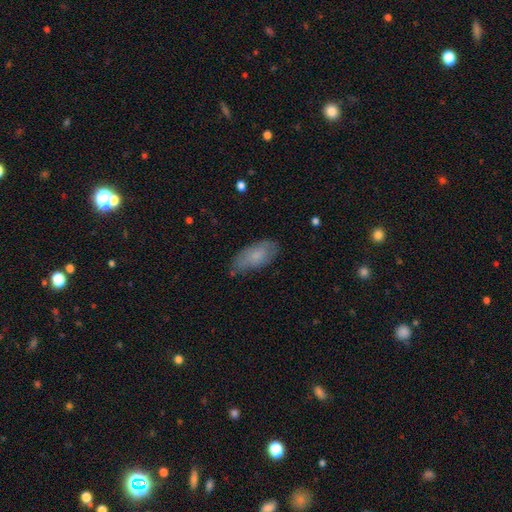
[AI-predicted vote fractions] Smooth or featured? Predicted: smooth (p=0.74). How rounded? Predicted: in between (p=0.88). Merging? Predicted: none (p=0.67).